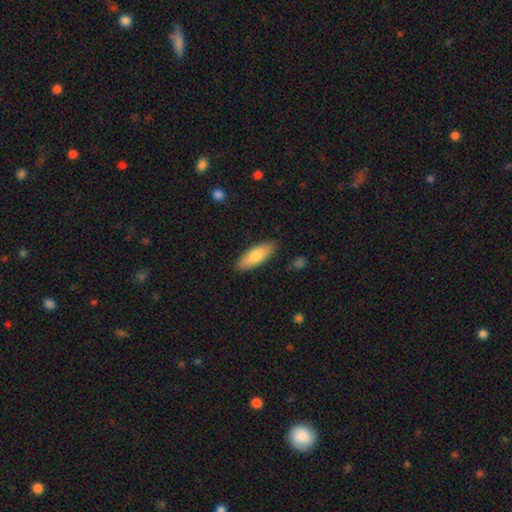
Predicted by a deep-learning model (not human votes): smooth 78%, featured or disk 17%, star or artifact 6%. Down the decision tree: how rounded — in between (68%); merging — none (87%).